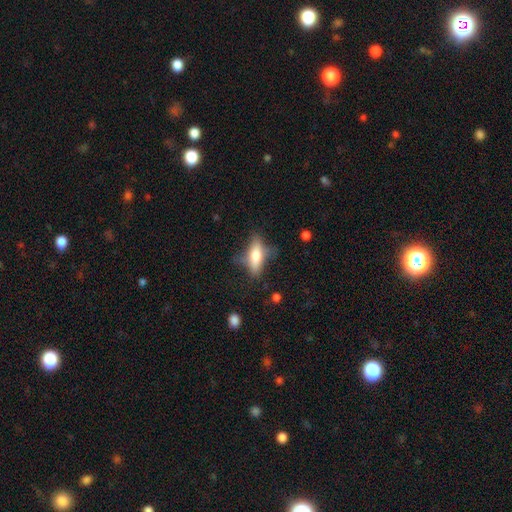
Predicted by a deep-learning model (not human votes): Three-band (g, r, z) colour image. It shows a smooth galaxy with no disk features (59%) that is in between round and cigar-shaped (61%). Merging: none (61%).